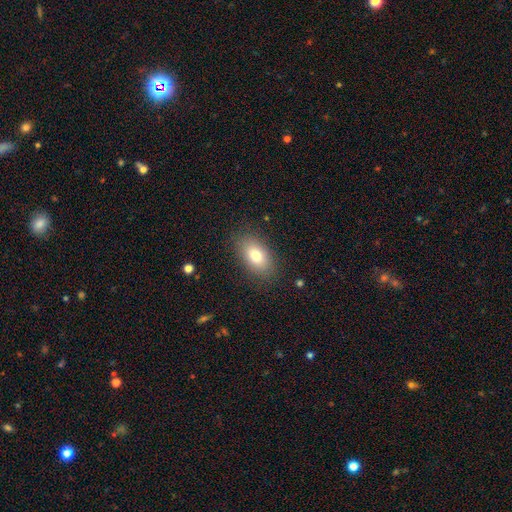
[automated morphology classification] Smooth or featured?
  - smooth: 79% *
  - featured or disk: 13%
  - star or artifact: 9%
How rounded?
  - in between: 90% *
  - round: 7%
  - cigar-shaped: 3%
Merging?
  - none: 85% *
  - minor disturbance: 10%
  - major disturbance: 3%
  - merger: 1%